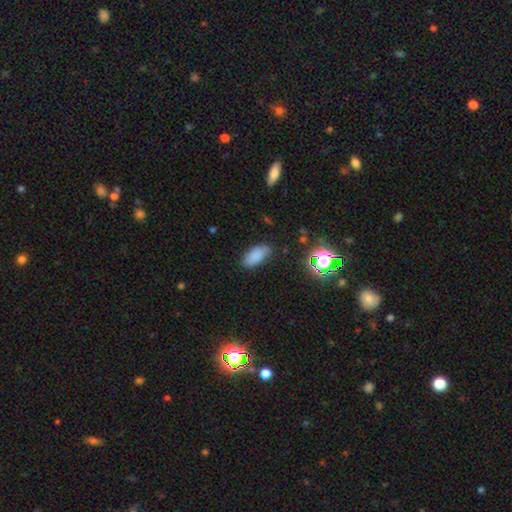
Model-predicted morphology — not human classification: smooth-or-featured: smooth: 80% | star or artifact: 12% | featured or disk: 7%
  how-rounded: in between: 90% | cigar-shaped: 6% | round: 4%
  merging: none: 78% | minor disturbance: 17% | major disturbance: 4% | merger: 2%